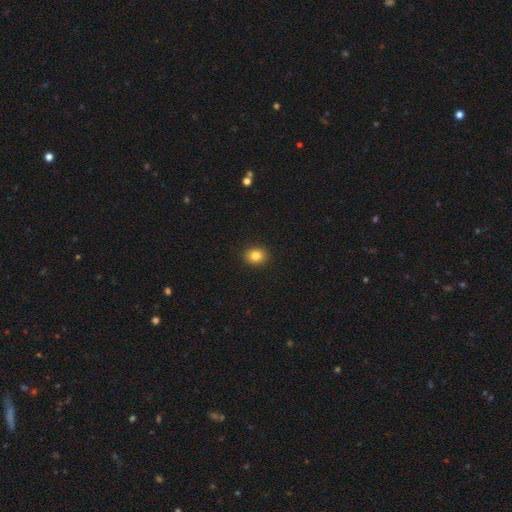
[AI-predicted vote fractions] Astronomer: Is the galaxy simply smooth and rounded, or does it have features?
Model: smooth — 83%.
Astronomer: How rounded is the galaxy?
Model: round — 65%.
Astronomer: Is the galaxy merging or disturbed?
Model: none — 91%.